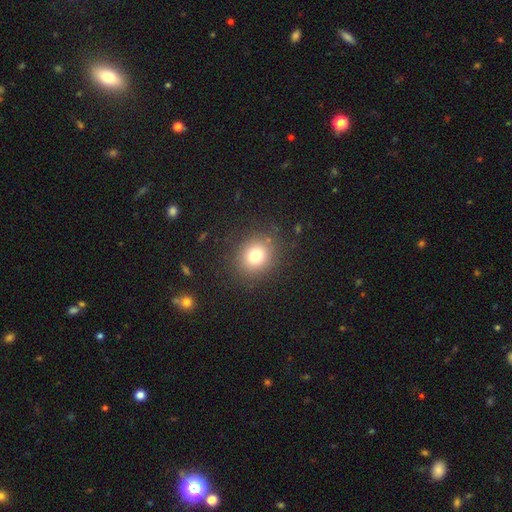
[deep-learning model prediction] The model was most divided on "how rounded": round: 77%, in between: 22%, cigar-shaped: 1%. More confident: merging — none (86%); smooth or featured — smooth (76%).